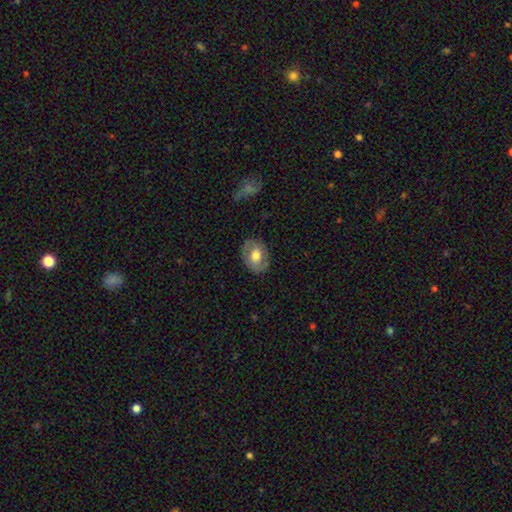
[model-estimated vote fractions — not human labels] This is likely a smooth galaxy (60%). How rounded: likely in between (63%). Merging: clearly none (81%).